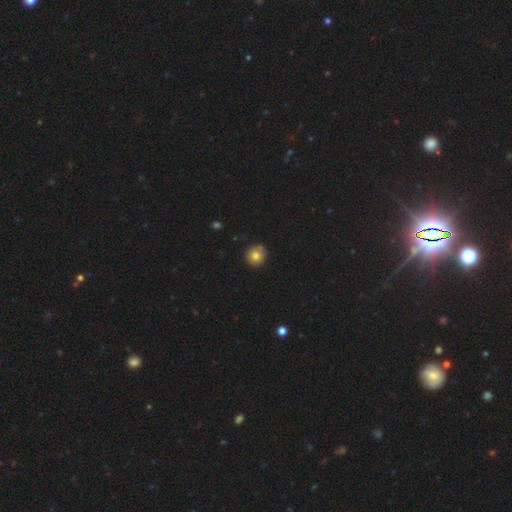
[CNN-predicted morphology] Smooth or featured? smooth (78%)
How rounded? round (89%)
Merging? none (84%)